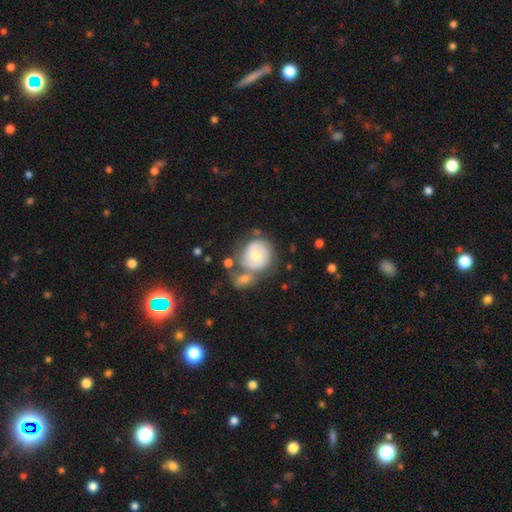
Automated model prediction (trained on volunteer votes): A featured or disk galaxy (48%).

Vote fractions:
- Smooth or featured? featured or disk: 48% / smooth: 45% / star or artifact: 7%
- Merging? none: 40% / merger: 32% / minor disturbance: 18% / major disturbance: 10%